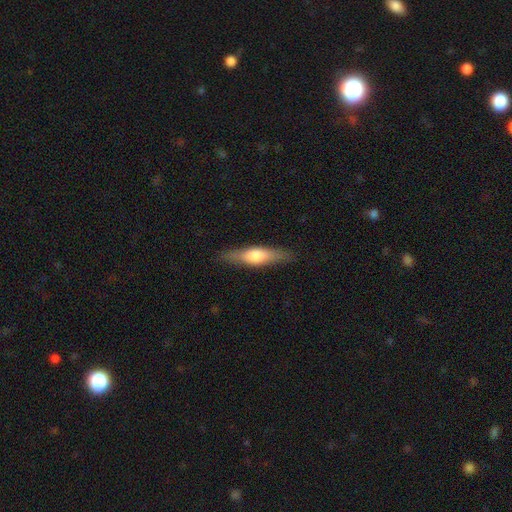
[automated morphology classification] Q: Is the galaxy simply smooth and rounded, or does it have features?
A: smooth — 52%.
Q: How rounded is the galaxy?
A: cigar-shaped — 71%.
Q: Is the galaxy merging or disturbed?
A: none — 86%.